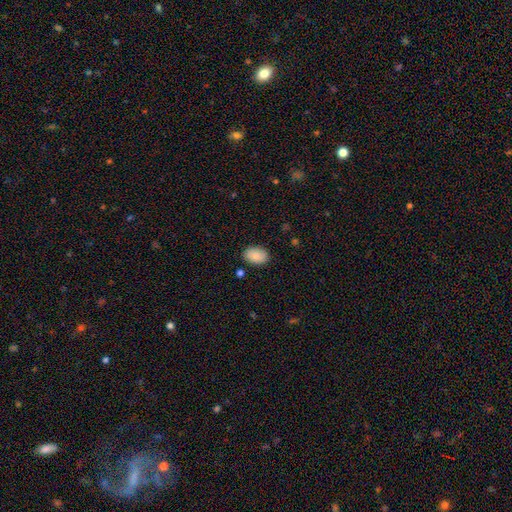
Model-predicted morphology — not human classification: Smooth or featured: smooth — 88% (star or artifact — 7%)
How rounded: in between — 84% (round — 14%)
Merging: none — 86% (minor disturbance — 10%)